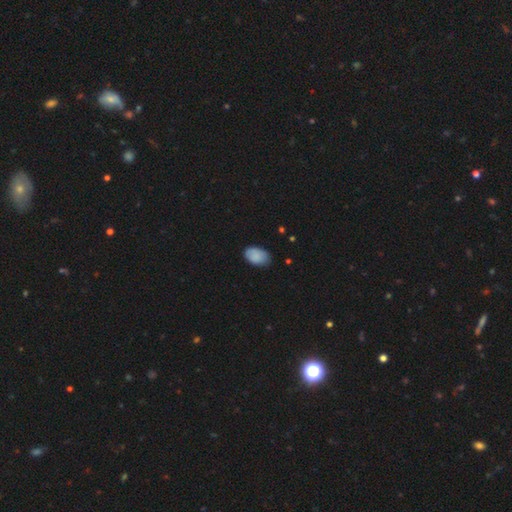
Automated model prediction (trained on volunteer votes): This is clearly a smooth galaxy (86%). How rounded: clearly in between (90%). Merging: likely none (71%).